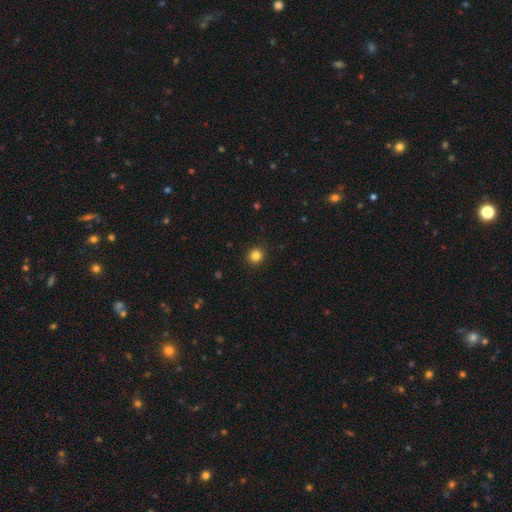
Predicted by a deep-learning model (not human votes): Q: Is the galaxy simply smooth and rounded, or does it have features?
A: smooth — 84%.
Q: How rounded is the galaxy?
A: round — 93%.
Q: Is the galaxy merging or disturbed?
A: none — 92%.